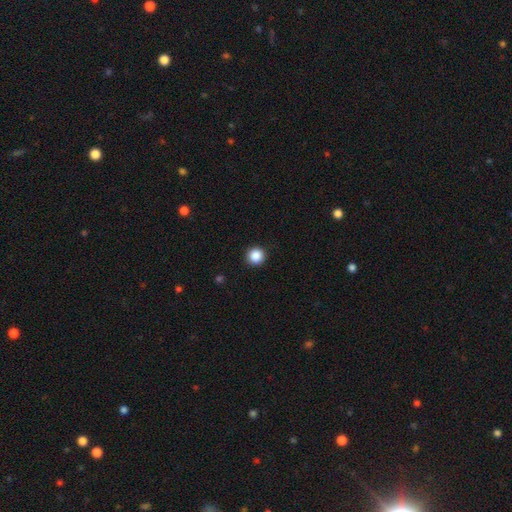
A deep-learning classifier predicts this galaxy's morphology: Smooth or featured?
  - smooth: 87% *
  - star or artifact: 10%
  - featured or disk: 3%
How rounded?
  - round: 95% *
  - in between: 4%
  - cigar-shaped: 1%
Merging?
  - none: 92% *
  - minor disturbance: 5%
  - major disturbance: 2%
  - merger: 1%